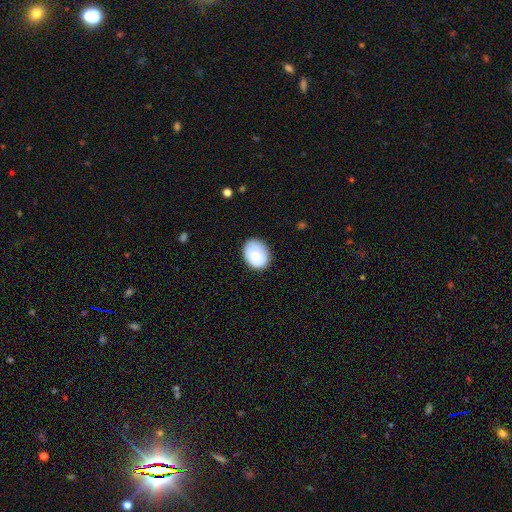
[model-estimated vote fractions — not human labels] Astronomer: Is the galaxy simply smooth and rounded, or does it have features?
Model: smooth — 81%.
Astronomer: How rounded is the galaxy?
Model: in between — 58% (runner-up: round, 41%).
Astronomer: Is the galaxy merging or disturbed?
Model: none — 83%.